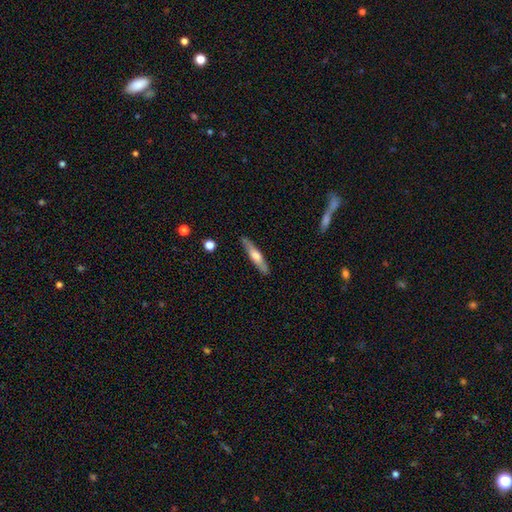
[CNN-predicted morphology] This appears to be a featured or disk galaxy (47%, tied with smooth). Merging: none (86%).